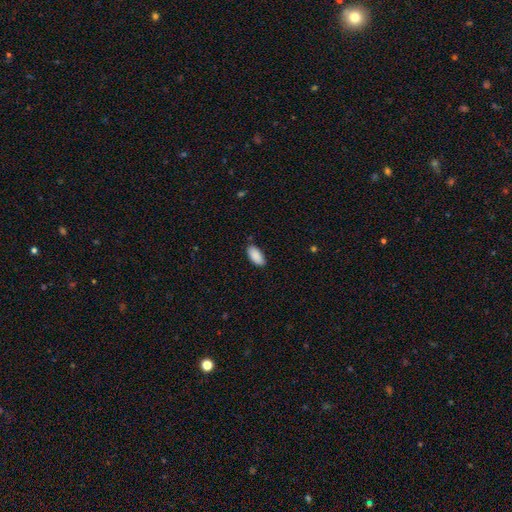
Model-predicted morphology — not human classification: Smooth or featured? Predicted: smooth (p=0.90). How rounded? Predicted: in between (p=0.92). Merging? Predicted: none (p=0.84).